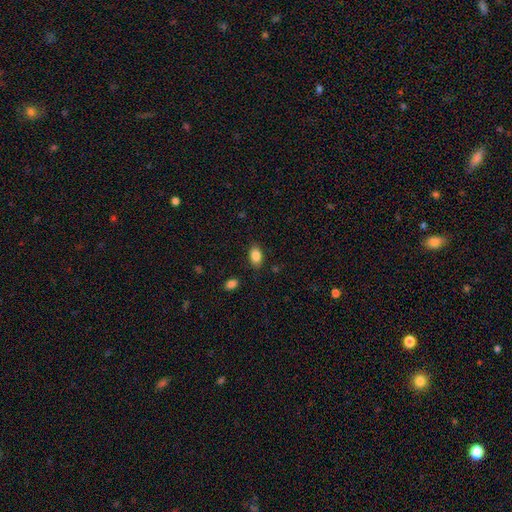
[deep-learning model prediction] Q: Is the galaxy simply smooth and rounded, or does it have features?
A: smooth — 86%.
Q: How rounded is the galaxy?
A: in between — 89%.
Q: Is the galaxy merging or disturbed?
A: none — 85%.